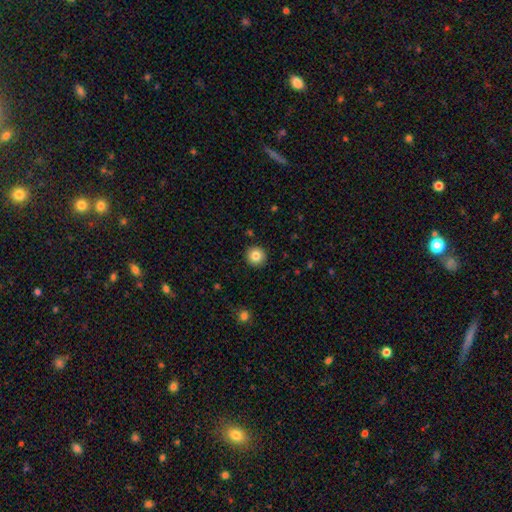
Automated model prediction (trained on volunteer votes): This appears to be a smooth galaxy with no disk features (83%) that is round (96%). Merging: none (93%).